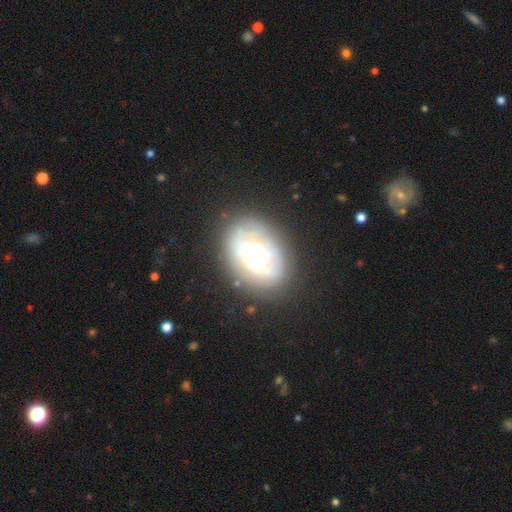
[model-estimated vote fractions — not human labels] This appears to be a featured or disk galaxy (73%) with no bar (63%), 2 (36%) tight (49%) spiral arms (88%) and a moderate central bulge (47%). Merging: none (75%).